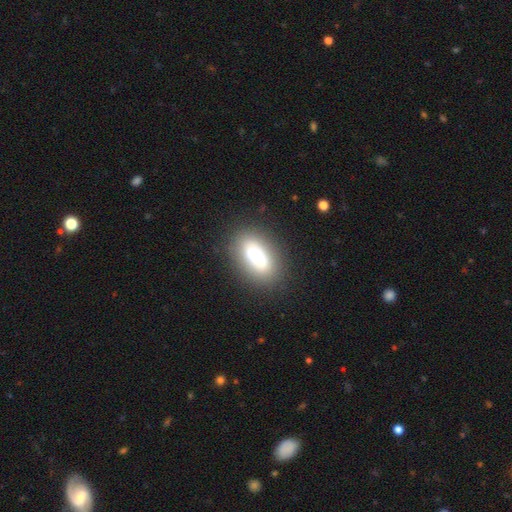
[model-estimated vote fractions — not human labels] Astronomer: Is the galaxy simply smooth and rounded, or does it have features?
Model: smooth — 54% (runner-up: featured or disk, 37%).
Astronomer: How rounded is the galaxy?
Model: in between — 87%.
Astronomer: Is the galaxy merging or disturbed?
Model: none — 70%.